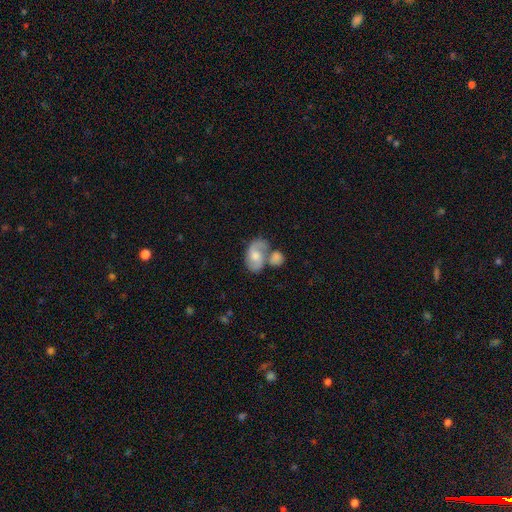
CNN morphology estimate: The model was most divided on "merging": merger: 40%, none: 35%, minor disturbance: 16%, major disturbance: 9%. More confident: edge-on disk — no (96%); spiral arms — yes (81%); bulge size — moderate (62%); smooth or featured — featured or disk (57%); bar — no (54%).